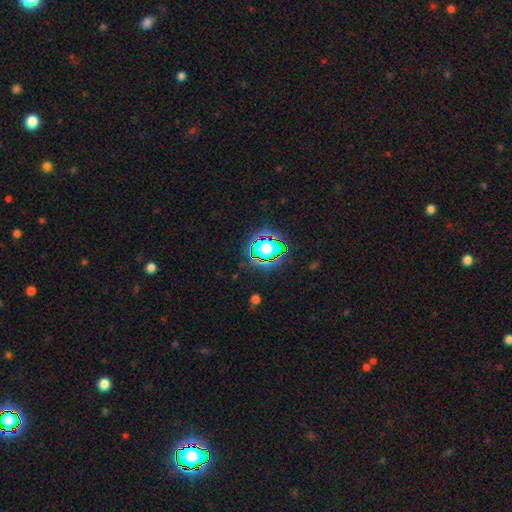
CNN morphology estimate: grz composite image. It shows a star or artifact, not a galaxy (79%).